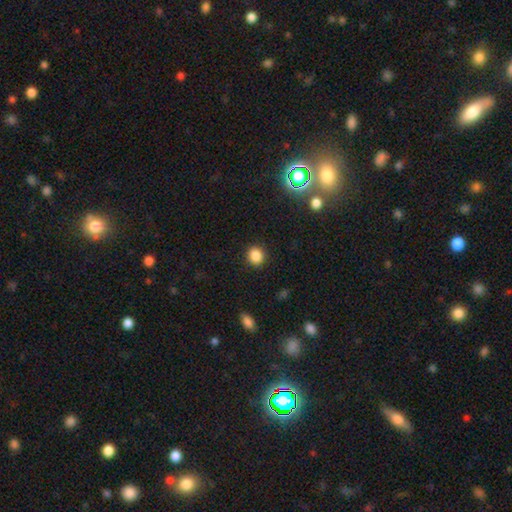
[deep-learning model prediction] The model was most divided on "how rounded": round: 77%, in between: 22%, cigar-shaped: 1%. More confident: merging — none (90%); smooth or featured — smooth (86%).